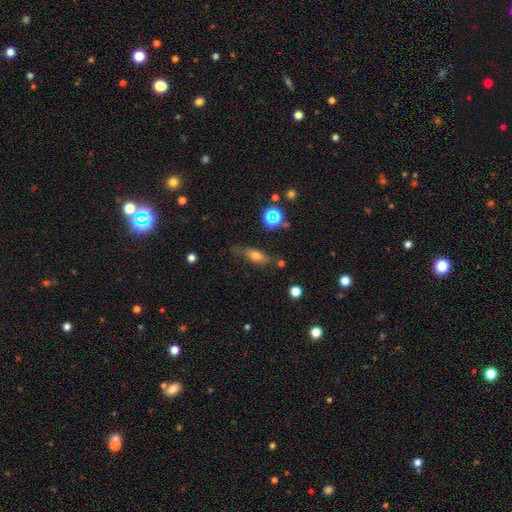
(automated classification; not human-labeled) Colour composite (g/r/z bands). It shows a smooth galaxy with no disk features (64%) that is in between round and cigar-shaped (64%). Merging: none (63%).